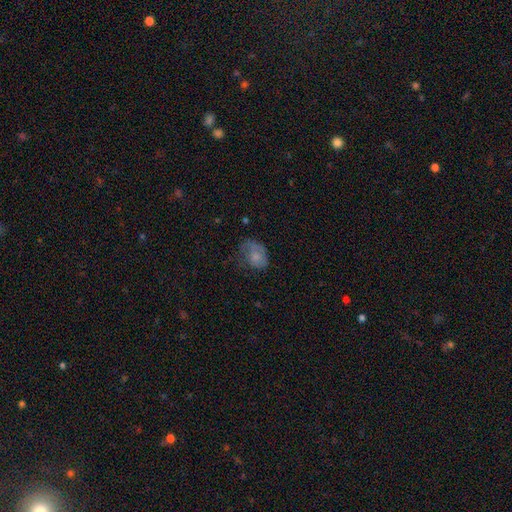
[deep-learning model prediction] Smooth or featured? Predicted: smooth (p=0.64). How rounded? Predicted: in between (p=0.70). Merging? Predicted: major disturbance (p=0.34).